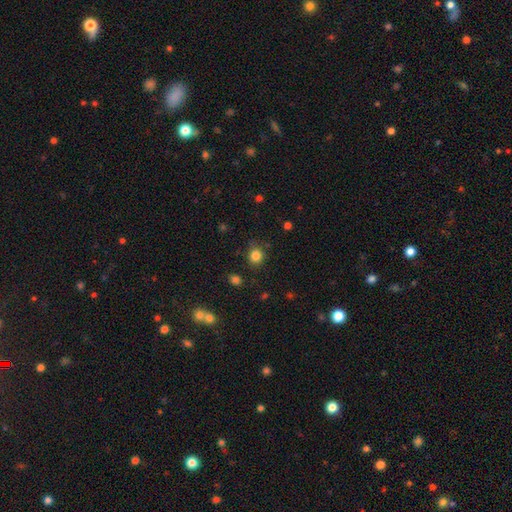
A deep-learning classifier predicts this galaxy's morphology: Smooth or featured? Predicted: smooth (p=0.83). How rounded? Predicted: round (p=0.82). Merging? Predicted: none (p=0.81).